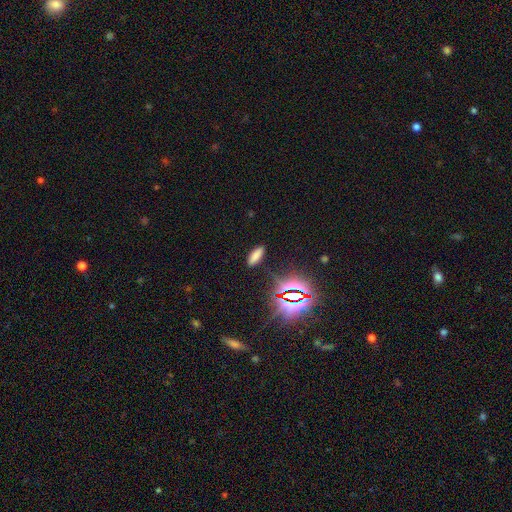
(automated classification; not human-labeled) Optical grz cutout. It shows a smooth galaxy with no disk features (68%) that is in between round and cigar-shaped (67%). Merging: none (87%).